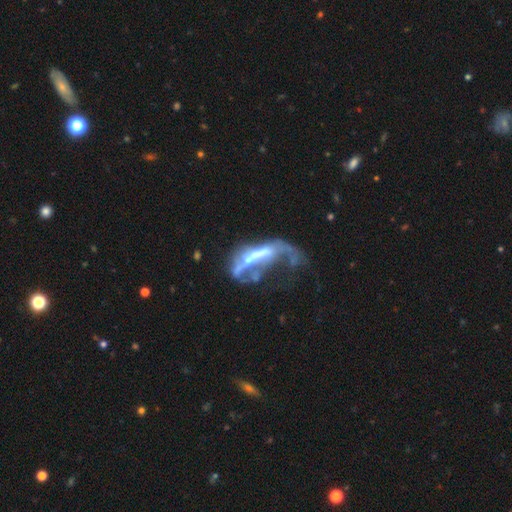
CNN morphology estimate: Overall: featured or disk (63%; smooth 26%). Edge-on disk: no (77%). Merging: major disturbance (53%; merger 23%).